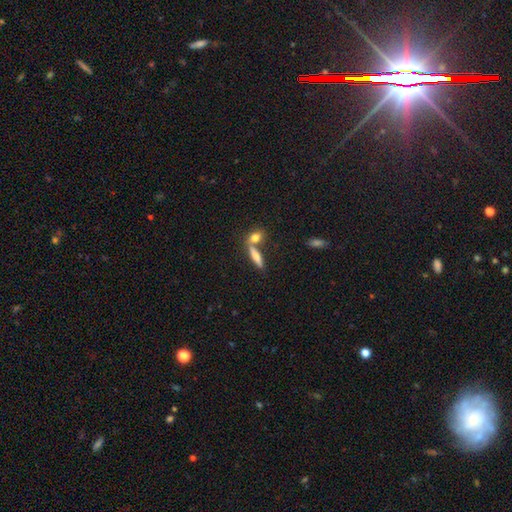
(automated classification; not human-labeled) This appears to be a smooth galaxy with no disk features (63%) that is cigar-shaped (63%). Merging: none (54%).